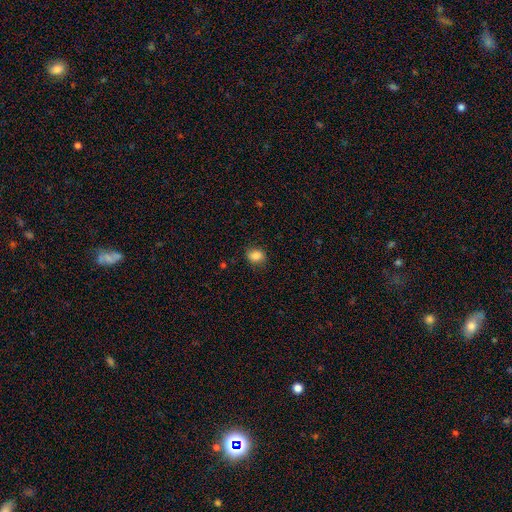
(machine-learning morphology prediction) The model was most divided on "how rounded": in between: 50%, round: 49%, cigar-shaped: 1%. More confident: smooth or featured — smooth (86%); merging — none (82%).